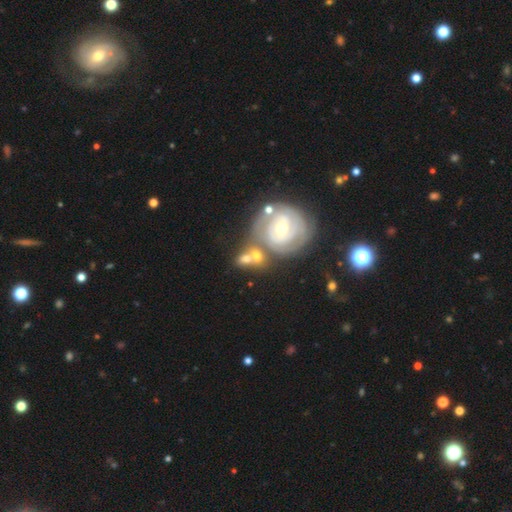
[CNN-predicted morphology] Smooth or featured? featured or disk (52%)
Edge-on disk? no (95%)
Merging? merger (44%)